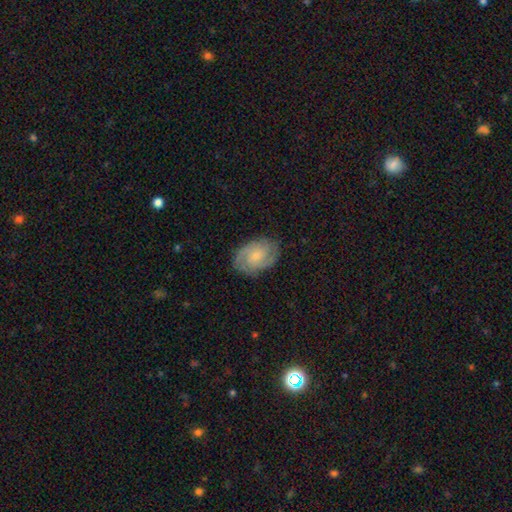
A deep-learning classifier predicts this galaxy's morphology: A featured or disk galaxy (73%) with no bar (64%), 2 (47%) tight (50%) spiral arms (94%) and a small central bulge (64%). Merging: none (80%).